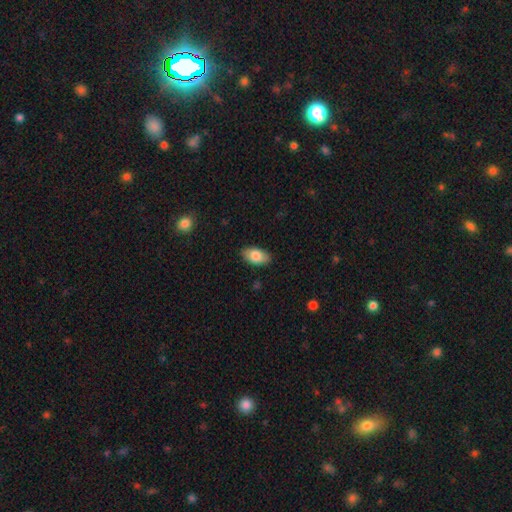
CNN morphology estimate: This appears to be a smooth galaxy with no disk features (83%) that is in between round and cigar-shaped (94%). Merging: none (86%).